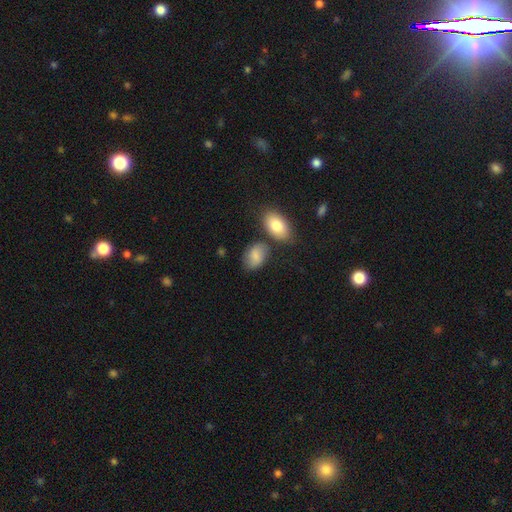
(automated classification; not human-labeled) Smooth or featured? Predicted: smooth (p=0.78). How rounded? Predicted: in between (p=0.83). Merging? Predicted: none (p=0.63).